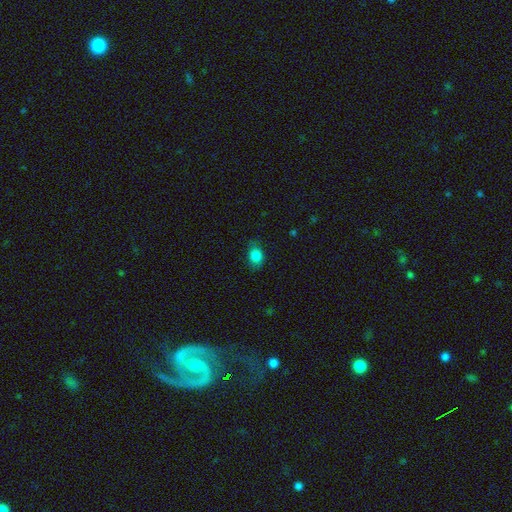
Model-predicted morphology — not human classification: Smooth or featured: smooth — 84% (star or artifact — 10%)
How rounded: in between — 64% (round — 35%)
Merging: none — 75% (minor disturbance — 19%)